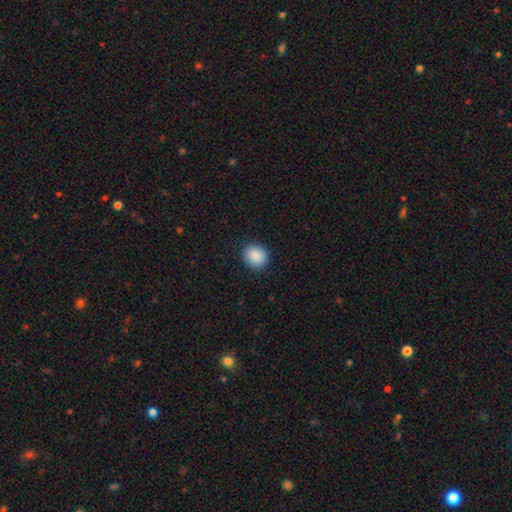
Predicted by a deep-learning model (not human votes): Smooth or featured? smooth (88%)
How rounded? round (81%)
Merging? none (90%)